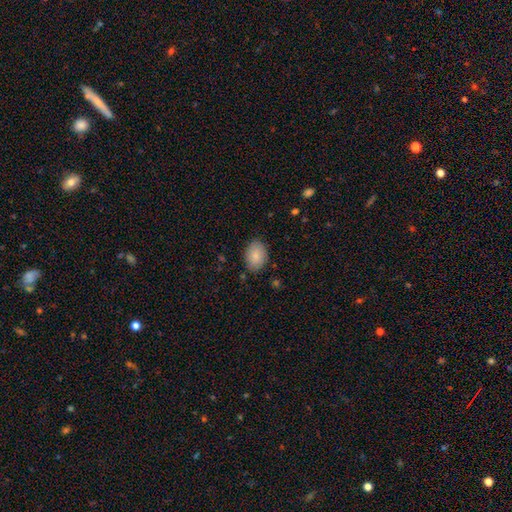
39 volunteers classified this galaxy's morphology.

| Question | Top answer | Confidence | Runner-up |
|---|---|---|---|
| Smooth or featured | smooth | 92% | star or artifact (5%) |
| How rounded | in between | 78% | round (22%) |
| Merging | none | 78% | minor disturbance (16%) |